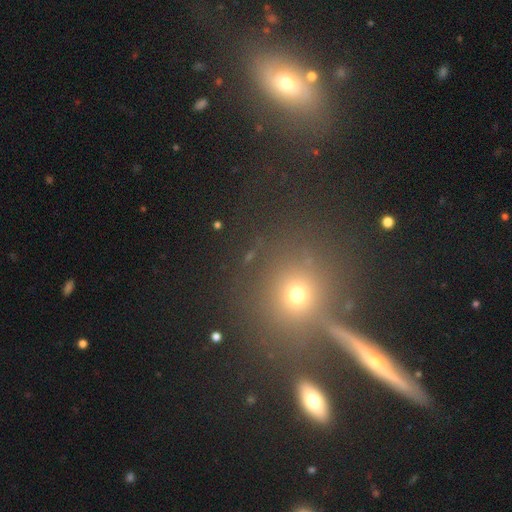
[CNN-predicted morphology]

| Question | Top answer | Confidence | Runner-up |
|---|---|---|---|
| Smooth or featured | smooth | 48% | star or artifact (32%) |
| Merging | none | 75% | merger (11%) |